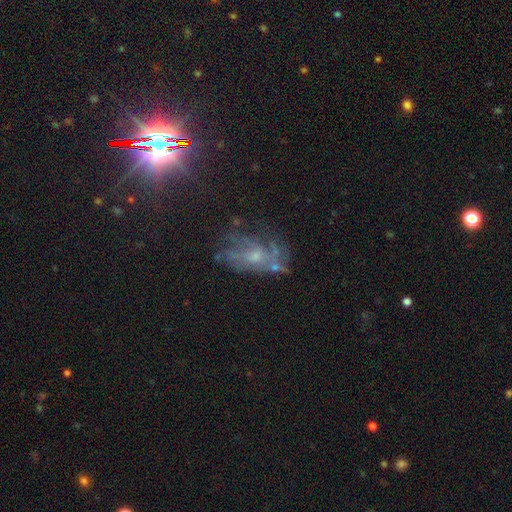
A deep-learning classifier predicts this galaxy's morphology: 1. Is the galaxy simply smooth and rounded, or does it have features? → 56% featured or disk, 23% star or artifact, 20% smooth.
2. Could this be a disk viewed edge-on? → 94% no, 6% yes.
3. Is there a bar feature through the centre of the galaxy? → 76% no, 20% weak, 4% strong.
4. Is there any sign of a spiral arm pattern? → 63% yes, 37% no.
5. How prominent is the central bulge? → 55% small, 30% moderate, 11% none, 3% large, 1% dominant.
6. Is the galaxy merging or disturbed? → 54% none, 21% minor disturbance, 20% major disturbance, 5% merger.